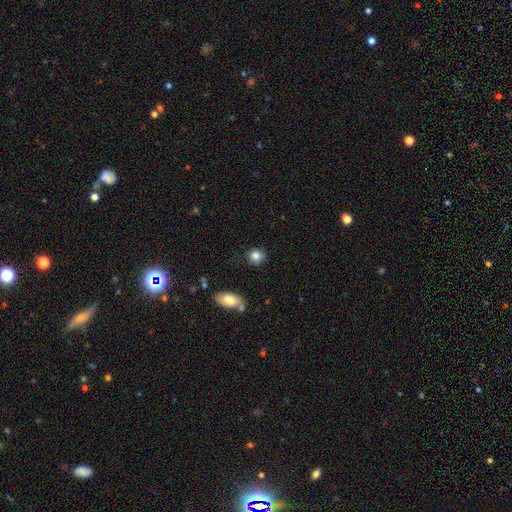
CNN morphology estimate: smooth_or_featured: smooth (p=0.83) [alt: star or artifact p=0.09]
how_rounded: round (p=0.78) [alt: in between p=0.21]
merging: none (p=0.75) [alt: minor disturbance p=0.17]